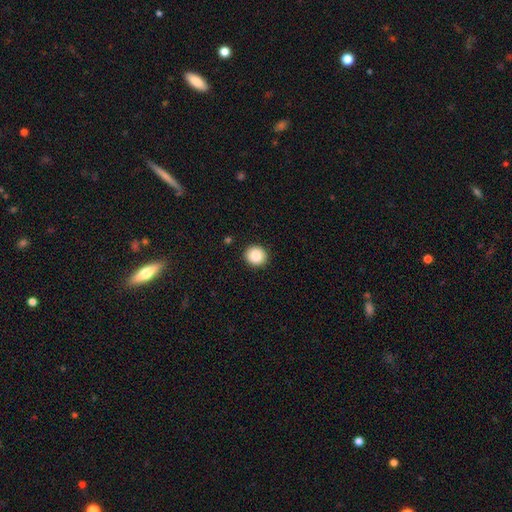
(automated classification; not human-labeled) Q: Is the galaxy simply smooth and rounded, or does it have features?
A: smooth — 88%.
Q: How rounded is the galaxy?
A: round — 89%.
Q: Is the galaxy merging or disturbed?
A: none — 92%.